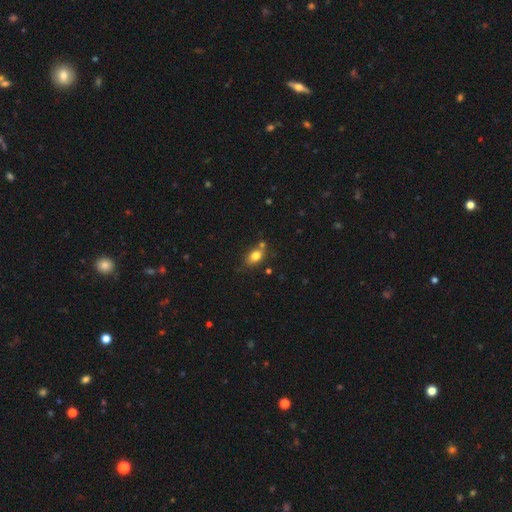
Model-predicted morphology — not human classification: smooth-or-featured: smooth: 79% | featured or disk: 11% | star or artifact: 10%
  how-rounded: in between: 80% | round: 17% | cigar-shaped: 3%
  merging: none: 64% | minor disturbance: 17% | merger: 15% | major disturbance: 4%